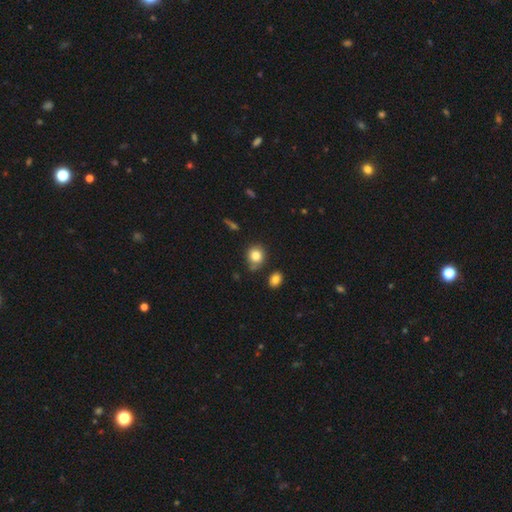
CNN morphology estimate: Smooth or featured? smooth (82%)
How rounded? round (78%)
Merging? none (71%)